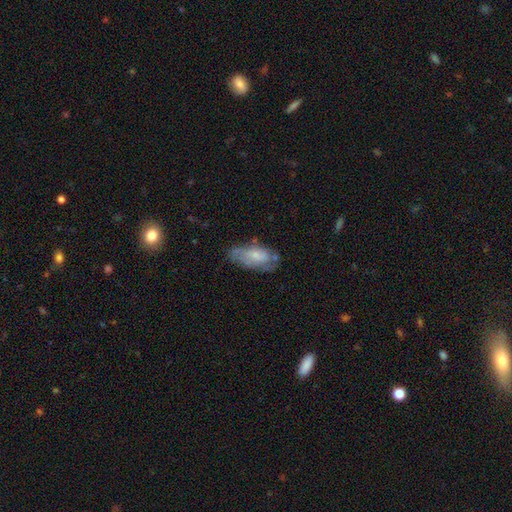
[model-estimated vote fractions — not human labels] This appears to be a smooth galaxy with no disk features (56%) that is in between round and cigar-shaped (85%). Merging: none (55%).